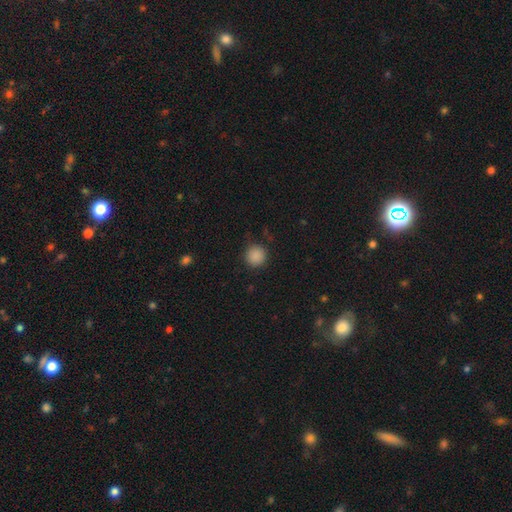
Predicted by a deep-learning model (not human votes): This is clearly a smooth galaxy (88%). How rounded: clearly round (94%). Merging: clearly none (88%).